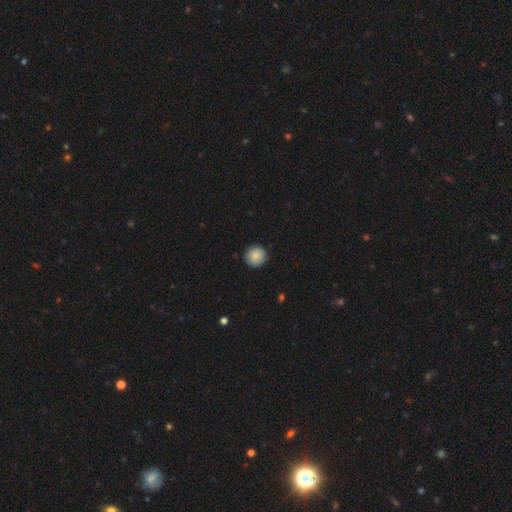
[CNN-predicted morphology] The model was most divided on "smooth or featured": smooth: 86%, star or artifact: 7%, featured or disk: 6%. More confident: how rounded — round (94%); merging — none (90%).